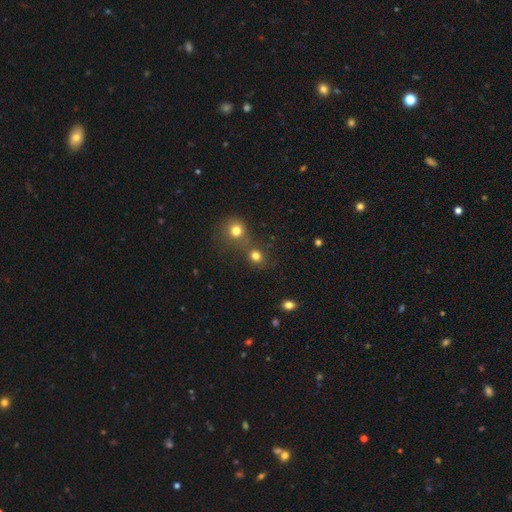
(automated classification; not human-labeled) Morphology: type=smooth (78%); roundness=round (81%); merging=none (56%).